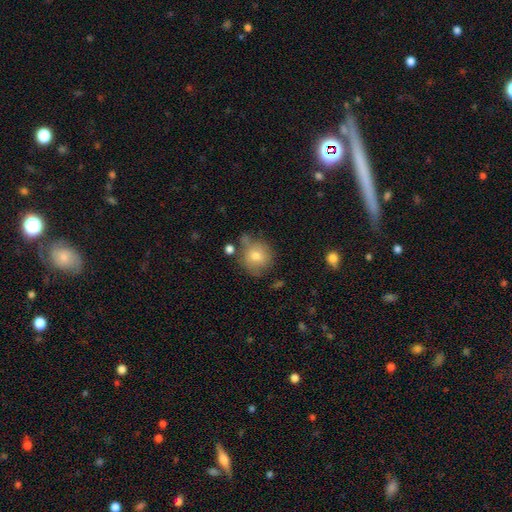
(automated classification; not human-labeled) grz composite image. It shows a smooth galaxy with no disk features (73%) that is round (88%). Merging: none (67%).